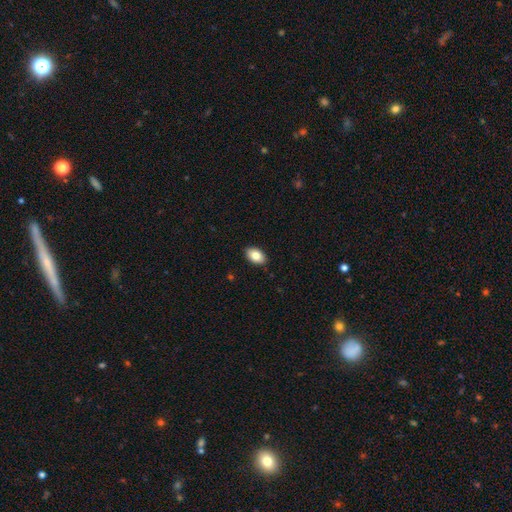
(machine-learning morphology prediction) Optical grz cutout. It shows a smooth galaxy with no disk features (84%) that is in between round and cigar-shaped (92%). Merging: none (90%).